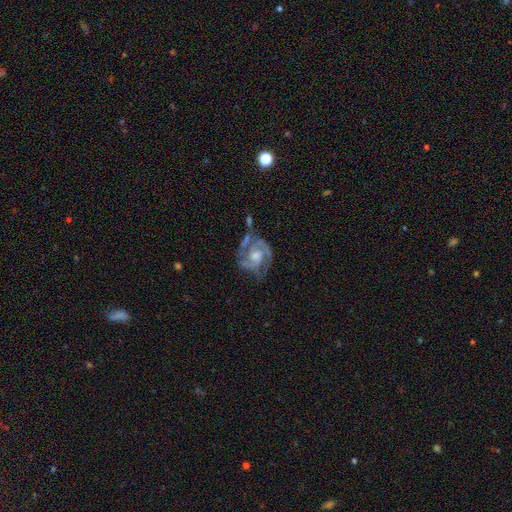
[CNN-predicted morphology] Smooth or featured?
  - featured or disk: 87% *
  - smooth: 7%
  - star or artifact: 6%
Edge-on disk?
  - no: 97% *
  - yes: 3%
Bar?
  - no: 58% *
  - weak: 33%
  - strong: 8%
Spiral arms?
  - yes: 96% *
  - no: 4%
Spiral winding?
  - tight: 47% *
  - medium: 44%
  - loose: 9%
Spiral arm count?
  - 2: 64% *
  - 3: 17%
  - can't tell: 10%
  - 1: 3%
  - 4: 3%
  - more than 4: 3%
Bulge size?
  - moderate: 58% *
  - small: 23%
  - large: 11%
  - none: 6%
  - dominant: 2%
Merging?
  - none: 60% *
  - minor disturbance: 21%
  - major disturbance: 12%
  - merger: 7%